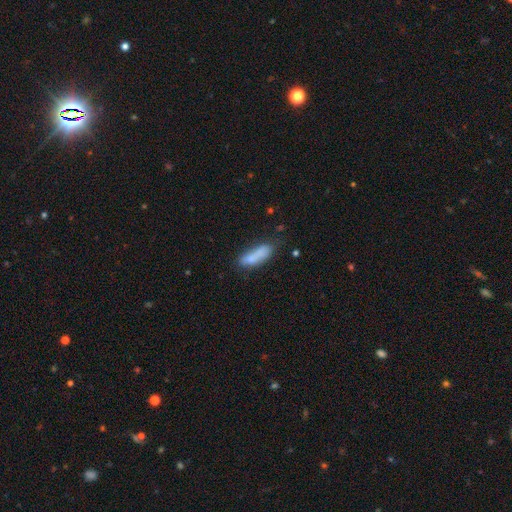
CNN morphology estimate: Q: Smooth or featured?
A: smooth (78%); runner-up: featured or disk (14%)
Q: How rounded?
A: cigar-shaped (51%); runner-up: in between (46%)
Q: Merging?
A: none (58%); runner-up: minor disturbance (25%)